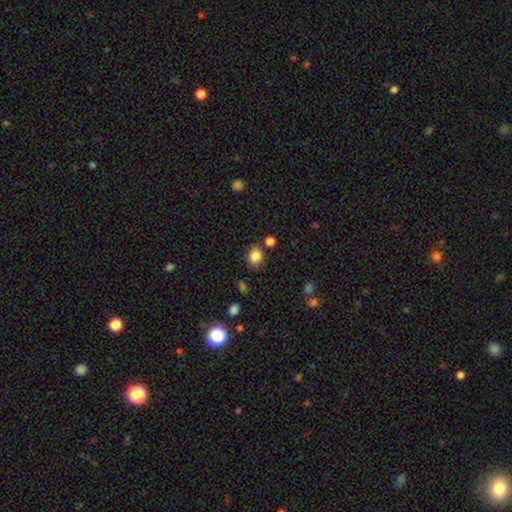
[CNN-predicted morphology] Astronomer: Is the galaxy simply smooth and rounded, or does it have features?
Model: smooth — 84%.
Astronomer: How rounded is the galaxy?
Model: round — 61% (runner-up: in between, 38%).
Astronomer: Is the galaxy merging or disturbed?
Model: none — 77%.